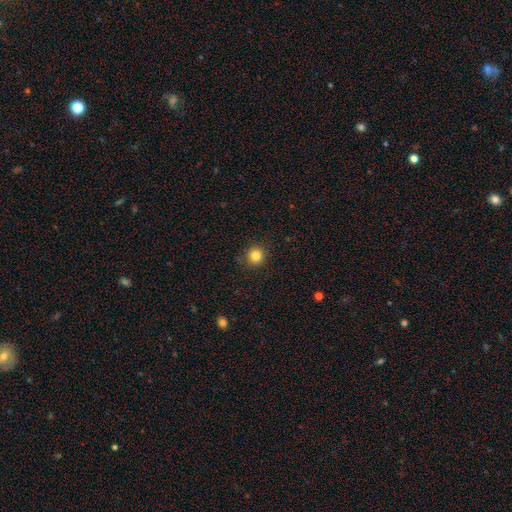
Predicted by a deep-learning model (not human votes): smooth 83%, star or artifact 12%, featured or disk 5%. Down the decision tree: how rounded — round (93%); merging — none (89%).